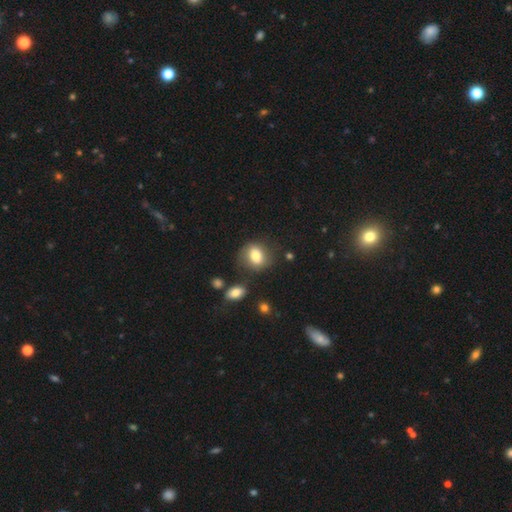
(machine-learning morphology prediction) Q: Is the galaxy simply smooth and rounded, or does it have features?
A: smooth — 76%.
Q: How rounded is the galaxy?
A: round — 51%.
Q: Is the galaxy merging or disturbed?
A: none — 70%.